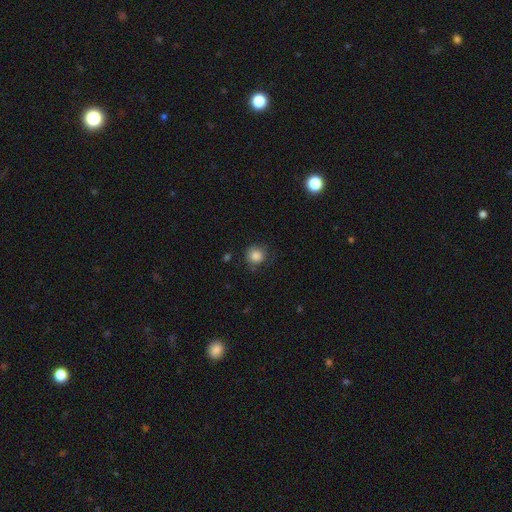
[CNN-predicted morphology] This appears to be a smooth galaxy with no disk features (85%) that is round (90%). Merging: none (75%).